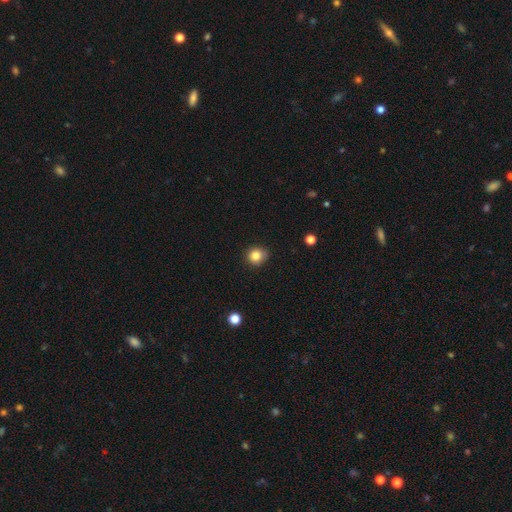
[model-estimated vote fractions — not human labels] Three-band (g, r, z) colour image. It shows a smooth galaxy with no disk features (84%) that is round (82%). Merging: none (78%).